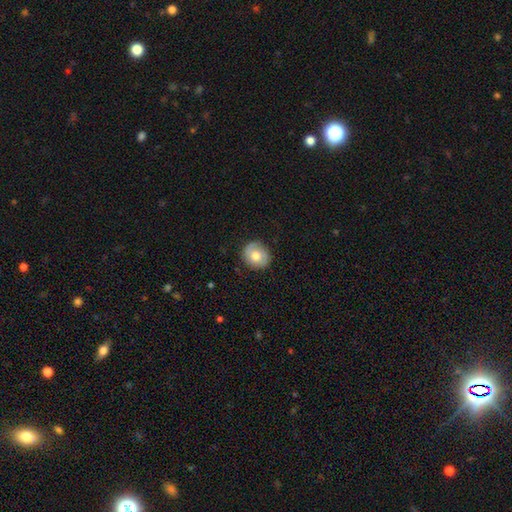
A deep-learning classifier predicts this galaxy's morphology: This appears to be a smooth galaxy with no disk features (58%) that is round (84%). Merging: none (80%).